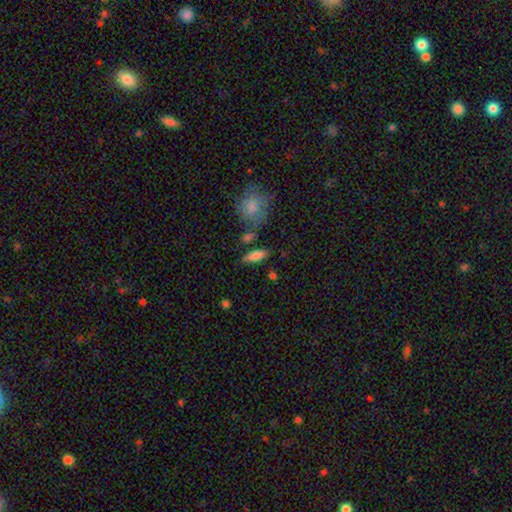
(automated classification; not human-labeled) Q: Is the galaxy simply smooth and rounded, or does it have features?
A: smooth — 74%.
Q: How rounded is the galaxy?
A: in between — 62%.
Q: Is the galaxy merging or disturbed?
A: none — 76%.